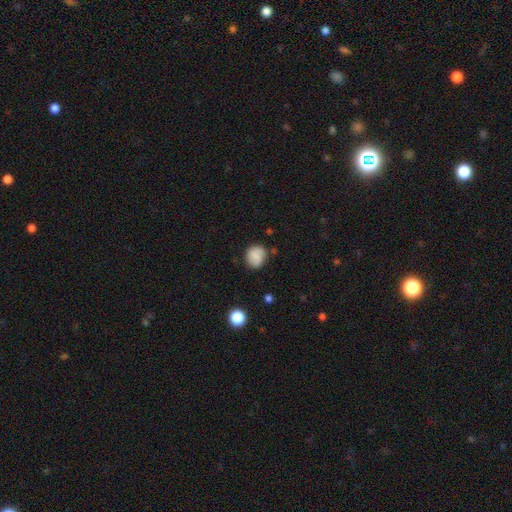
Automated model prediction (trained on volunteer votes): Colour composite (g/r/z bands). It shows a smooth galaxy with no disk features (78%) that is round (76%). Merging: none (77%).